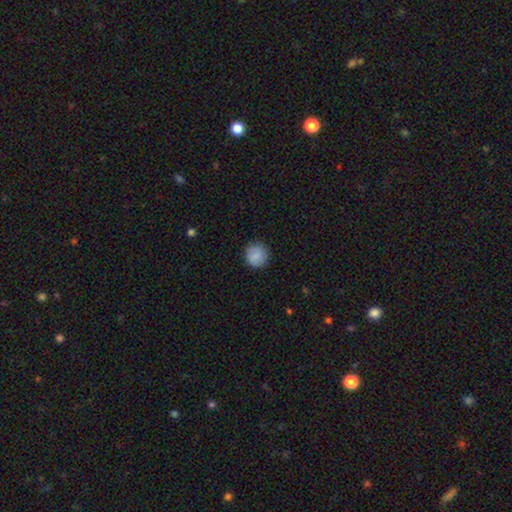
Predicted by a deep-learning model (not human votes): Smooth or featured?
  - smooth: 87% *
  - star or artifact: 8%
  - featured or disk: 5%
How rounded?
  - round: 92% *
  - in between: 7%
  - cigar-shaped: 1%
Merging?
  - none: 87% *
  - minor disturbance: 10%
  - major disturbance: 2%
  - merger: 1%